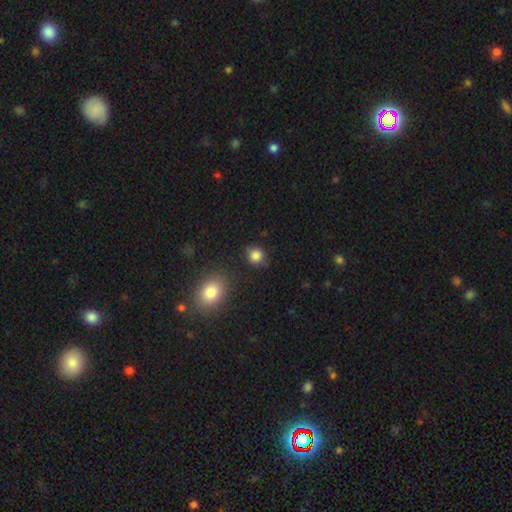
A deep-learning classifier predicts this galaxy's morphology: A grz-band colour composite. It shows a smooth galaxy with no disk features (84%) that is round (81%). Merging: none (79%).